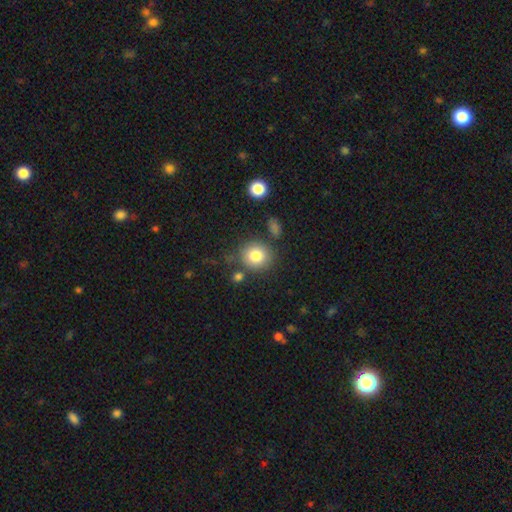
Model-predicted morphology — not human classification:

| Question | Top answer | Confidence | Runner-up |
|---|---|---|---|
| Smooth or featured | smooth | 82% | star or artifact (10%) |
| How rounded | round | 85% | in between (14%) |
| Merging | none | 77% | minor disturbance (11%) |